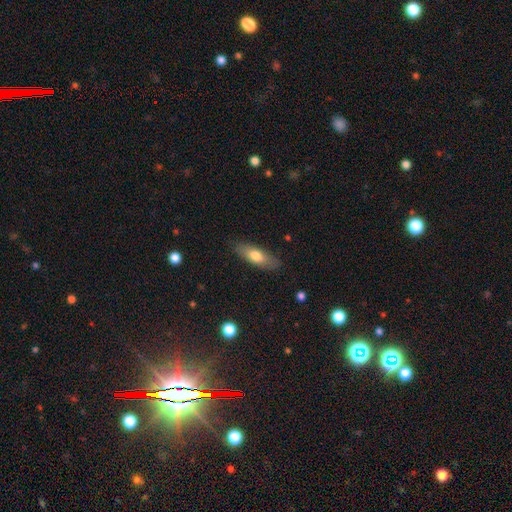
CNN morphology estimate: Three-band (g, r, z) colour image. It shows a smooth galaxy with no disk features (71%) that is in between round and cigar-shaped (59%). Merging: none (84%).